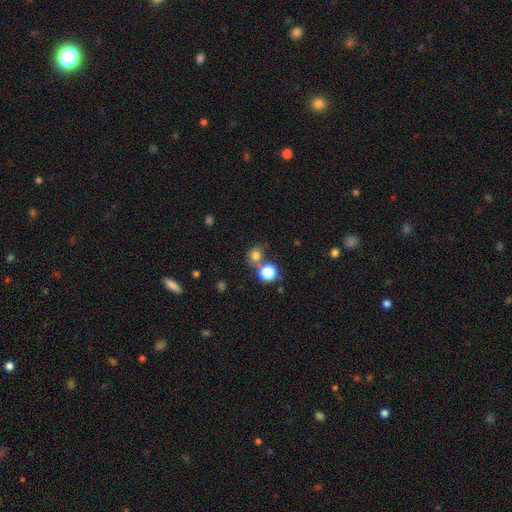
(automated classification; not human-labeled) smooth-or-featured: smooth: 75% | star or artifact: 18% | featured or disk: 7%
  how-rounded: round: 79% | in between: 20% | cigar-shaped: 1%
  merging: none: 61% | merger: 24% | minor disturbance: 10% | major disturbance: 5%